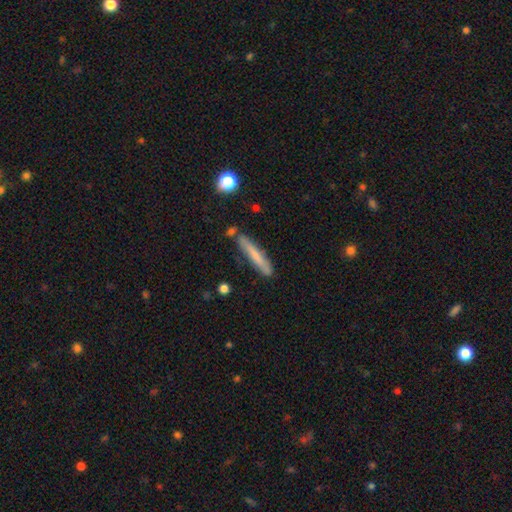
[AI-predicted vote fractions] smooth-or-featured: smooth: 64% | featured or disk: 29% | star or artifact: 7%
  how-rounded: cigar-shaped: 94% | in between: 5% | round: 1%
  merging: none: 79% | minor disturbance: 14% | merger: 5% | major disturbance: 3%